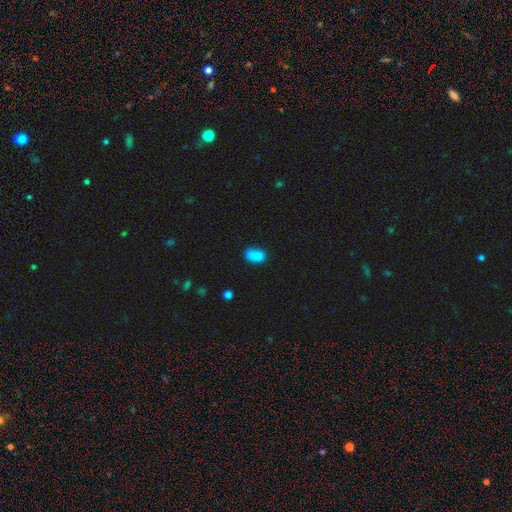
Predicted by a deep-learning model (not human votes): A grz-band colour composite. It shows a smooth galaxy with no disk features (88%) that is in between round and cigar-shaped (89%). Merging: none (79%).